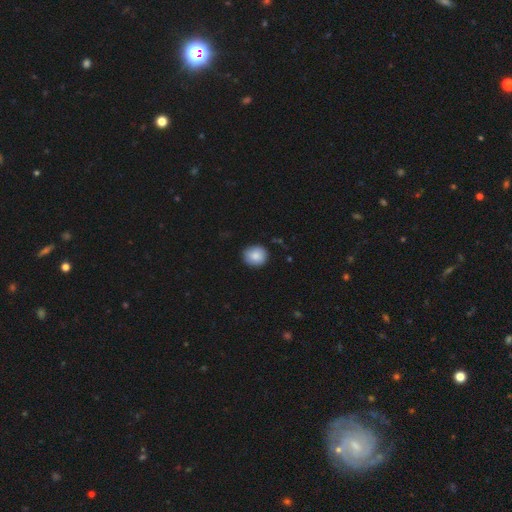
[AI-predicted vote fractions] The model was most divided on "how rounded": round: 83%, in between: 16%, cigar-shaped: 1%. More confident: smooth or featured — smooth (87%); merging — none (85%).